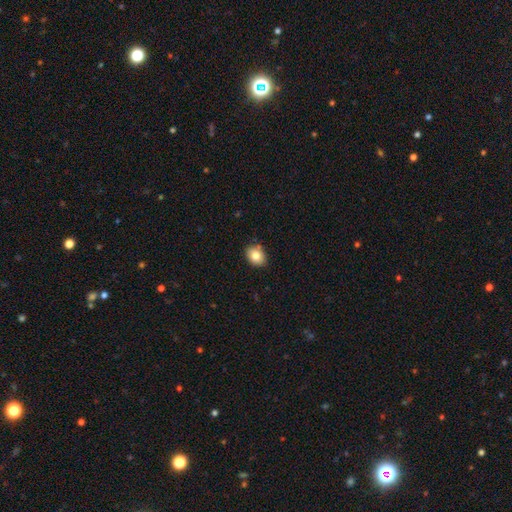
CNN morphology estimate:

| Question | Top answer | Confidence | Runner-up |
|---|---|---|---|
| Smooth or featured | smooth | 81% | featured or disk (10%) |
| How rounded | in between | 57% | round (43%) |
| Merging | none | 84% | minor disturbance (12%) |